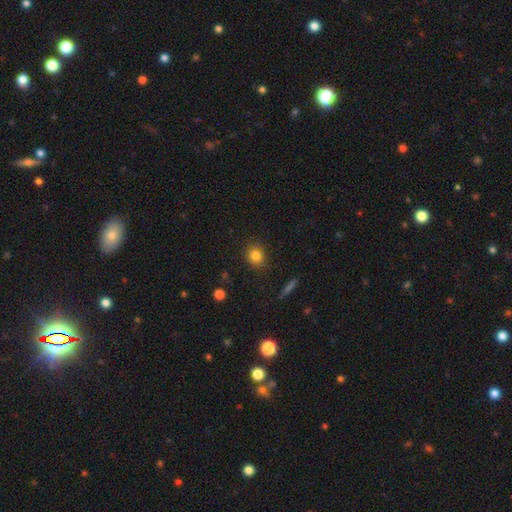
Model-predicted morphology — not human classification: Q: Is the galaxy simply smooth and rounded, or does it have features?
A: smooth — 82%.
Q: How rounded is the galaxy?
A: round — 78%.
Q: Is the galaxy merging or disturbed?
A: none — 88%.